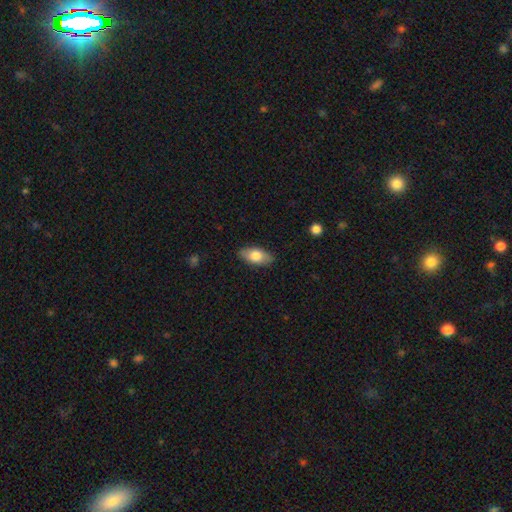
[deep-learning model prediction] This is likely a smooth galaxy (72%). How rounded: clearly in between (88%). Merging: clearly none (85%).